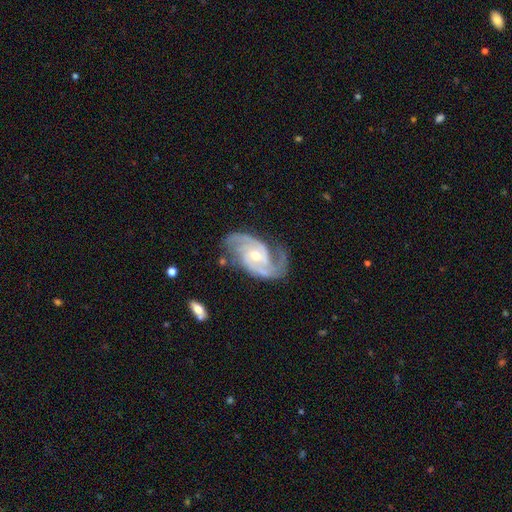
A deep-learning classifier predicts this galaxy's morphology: A featured or disk galaxy (93%) with no bar (46%), 2 (61%) medium (49%) spiral arms (99%) and a moderate central bulge (50%). Merging: none (73%).